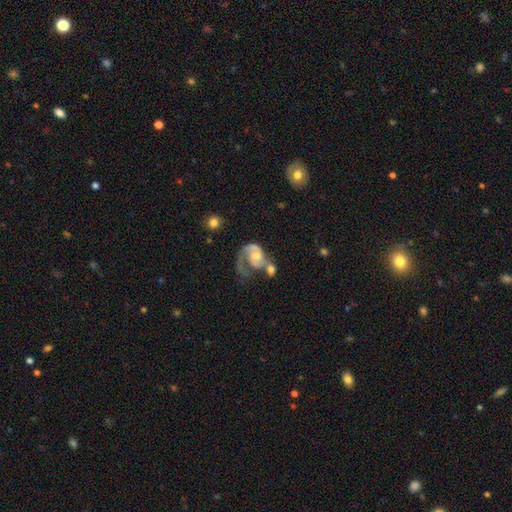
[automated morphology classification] A featured or disk galaxy (77%) with no bar (66%), 1 (49%) medium (41%) spiral arms (87%) and a moderate central bulge (54%). Merging: merger (40%).